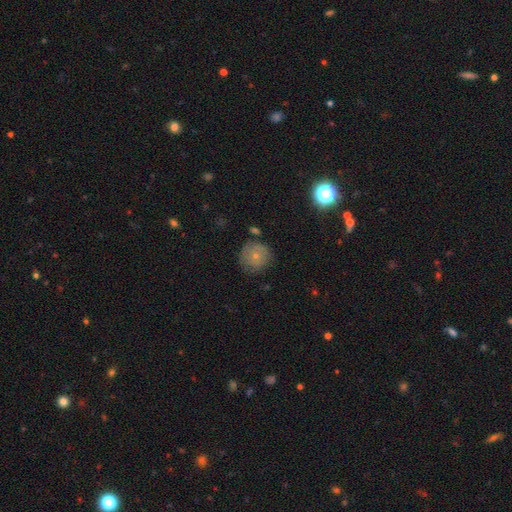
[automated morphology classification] This is likely a smooth galaxy (70%). How rounded: clearly round (92%). Merging: likely none (74%).